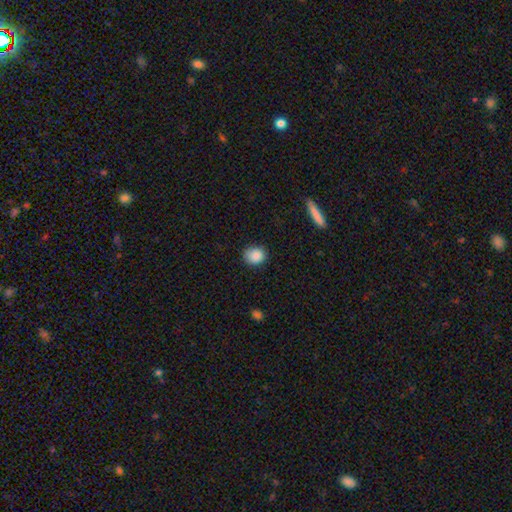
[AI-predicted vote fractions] The model was most divided on "how rounded": round: 66%, in between: 32%, cigar-shaped: 1%. More confident: smooth or featured — smooth (87%); merging — none (81%).